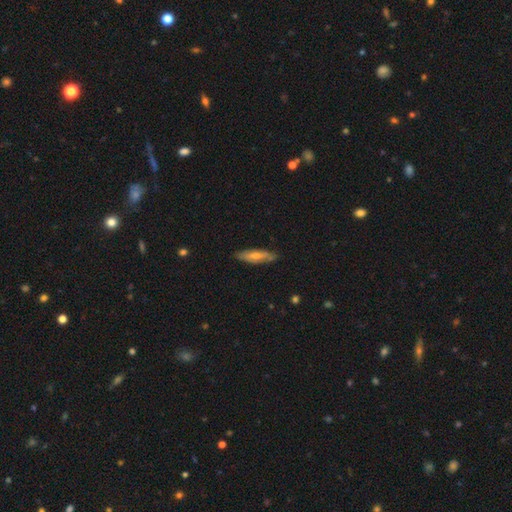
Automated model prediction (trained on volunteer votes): This is possibly a featured or disk galaxy (46%, tied with smooth). Merging: clearly none (84%).